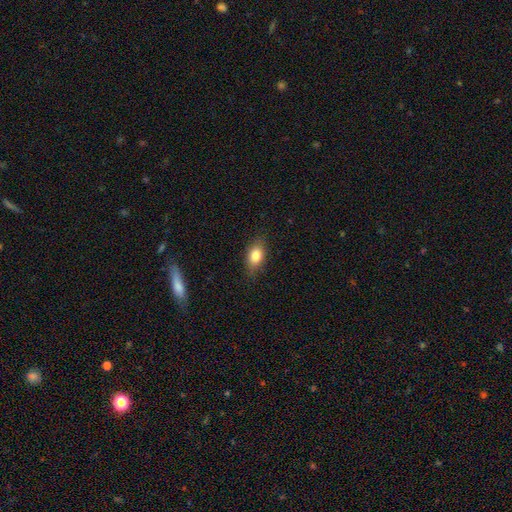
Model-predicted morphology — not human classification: This appears to be a smooth galaxy with no disk features (81%) that is in between round and cigar-shaped (83%). Merging: none (82%).